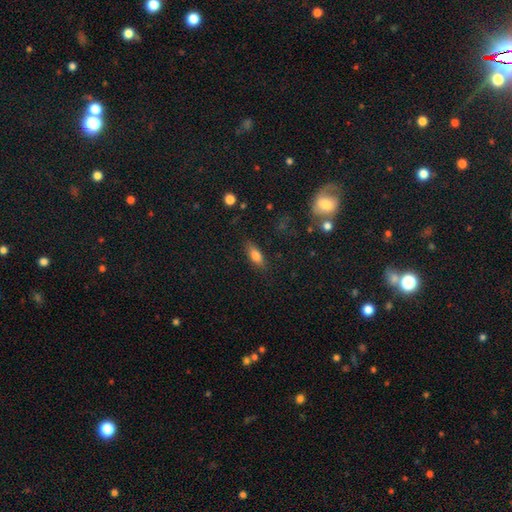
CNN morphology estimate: Smooth or featured: smooth — 76% (featured or disk — 15%)
How rounded: in between — 73% (cigar-shaped — 24%)
Merging: none — 82% (minor disturbance — 13%)